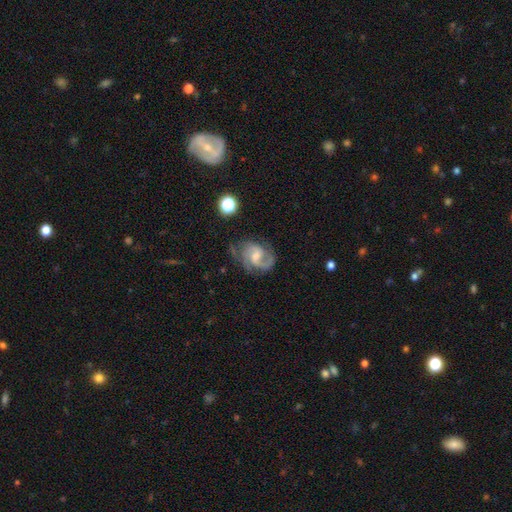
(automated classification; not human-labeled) The model was most divided on "bulge size": small: 45%, moderate: 44%, none: 7%, large: 3%, dominant: 1%. More confident: edge-on disk — no (98%); spiral arms — yes (97%); smooth or featured — featured or disk (87%); spiral arm count — 2 (73%); merging — none (62%); spiral winding — medium (55%); bar — weak (51%).